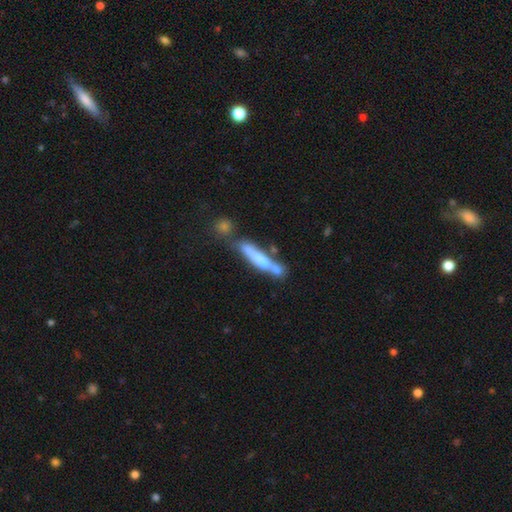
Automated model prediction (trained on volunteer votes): Smooth or featured? smooth (55%)
How rounded? cigar-shaped (85%)
Merging? none (39%)